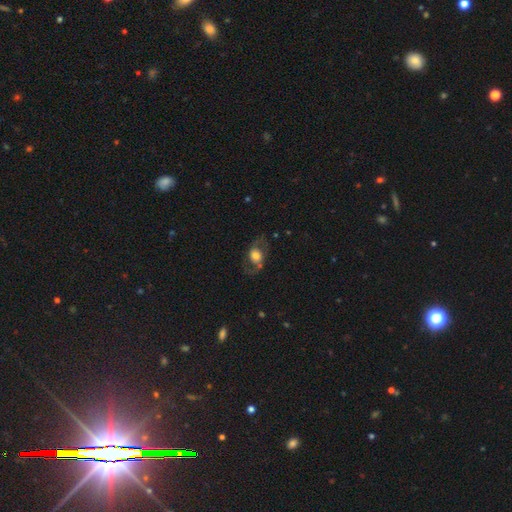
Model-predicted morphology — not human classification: This appears to be a featured or disk galaxy (53%). Merging: none (66%).